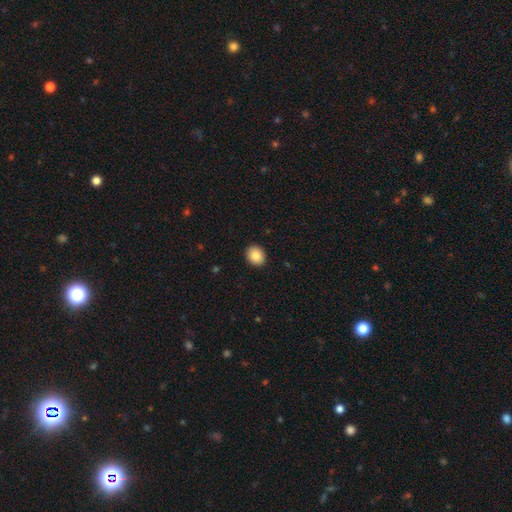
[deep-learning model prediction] A smooth galaxy with no disk features (86%) that is round (66%). Merging: none (91%).